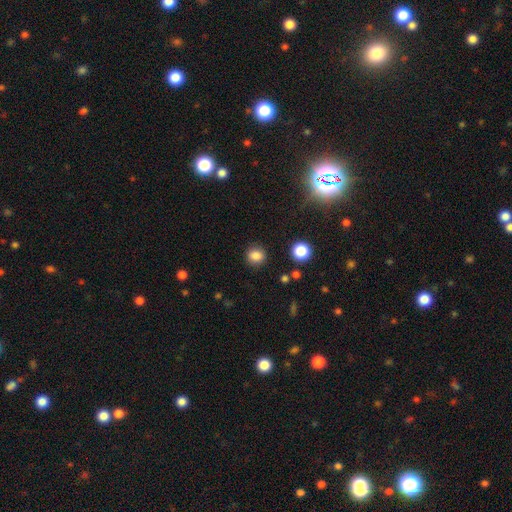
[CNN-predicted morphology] The model was most divided on "how rounded": round: 82%, in between: 17%, cigar-shaped: 1%. More confident: merging — none (88%); smooth or featured — smooth (84%).